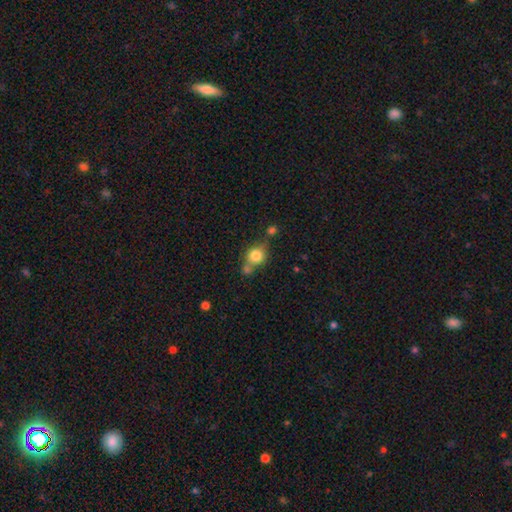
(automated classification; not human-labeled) smooth-or-featured: smooth: 78% | featured or disk: 11% | star or artifact: 11%
  how-rounded: round: 79% | in between: 20% | cigar-shaped: 1%
  merging: none: 52% | merger: 27% | minor disturbance: 15% | major disturbance: 6%